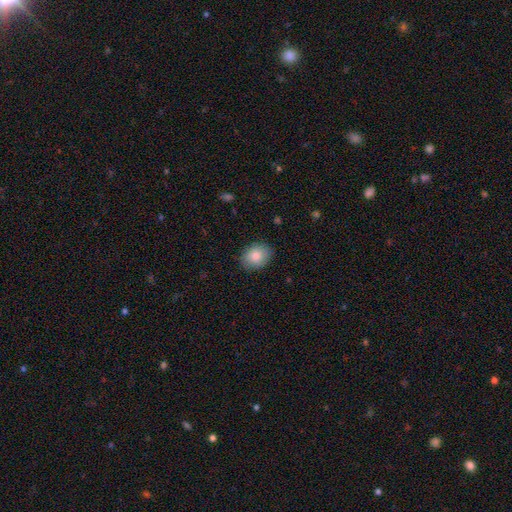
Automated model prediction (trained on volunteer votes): smooth_or_featured: smooth (p=0.83) [alt: featured or disk p=0.09]
how_rounded: in between (p=0.61) [alt: round p=0.38]
merging: none (p=0.87) [alt: minor disturbance p=0.10]